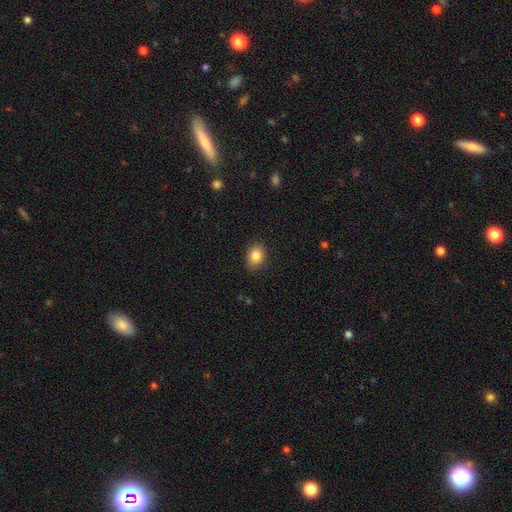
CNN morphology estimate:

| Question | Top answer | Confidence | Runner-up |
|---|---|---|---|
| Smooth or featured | smooth | 85% | star or artifact (9%) |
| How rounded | in between | 67% | round (31%) |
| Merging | none | 85% | minor disturbance (11%) |